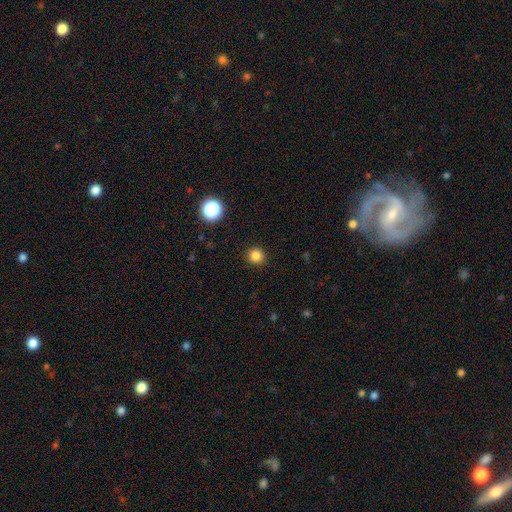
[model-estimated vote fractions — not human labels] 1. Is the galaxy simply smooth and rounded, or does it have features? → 84% smooth, 13% star or artifact, 4% featured or disk.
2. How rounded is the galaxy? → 92% round, 7% in between, 1% cigar-shaped.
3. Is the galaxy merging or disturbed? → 92% none, 5% minor disturbance, 2% major disturbance, 1% merger.